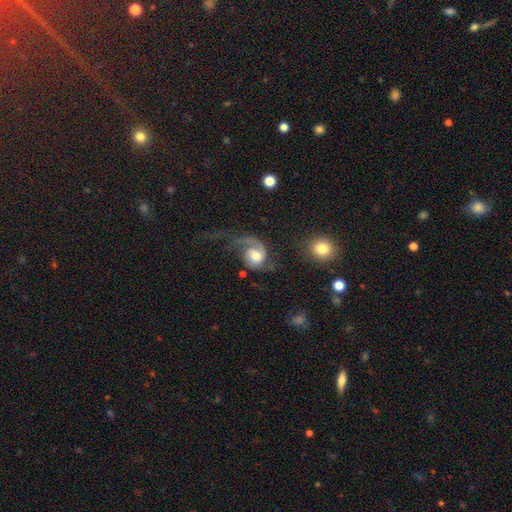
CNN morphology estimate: smooth-or-featured: featured or disk: 74% | smooth: 20% | star or artifact: 6%
  disk-edge-on: no: 98% | yes: 2%
    bar: no: 67% | weak: 27% | strong: 6%
    has-spiral-arms: yes: 93% | no: 7%
      spiral-winding: loose: 46% | medium: 37% | tight: 17%
      spiral-arm-count: 1: 62% | 2: 32% | can't tell: 3% | 3: 1% | 4: 1% | more than 4: 1%
    bulge-size: moderate: 63% | large: 20% | small: 12% | dominant: 3% | none: 2%
  merging: major disturbance: 45% | none: 34% | minor disturbance: 16% | merger: 5%